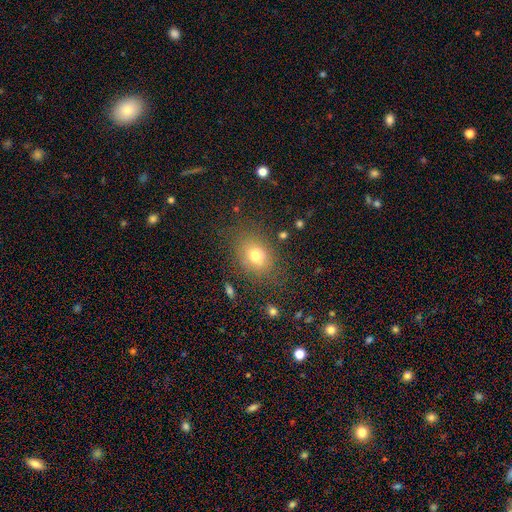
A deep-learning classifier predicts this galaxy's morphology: A smooth galaxy with no disk features (73%) that is in between round and cigar-shaped (62%). Merging: none (80%).